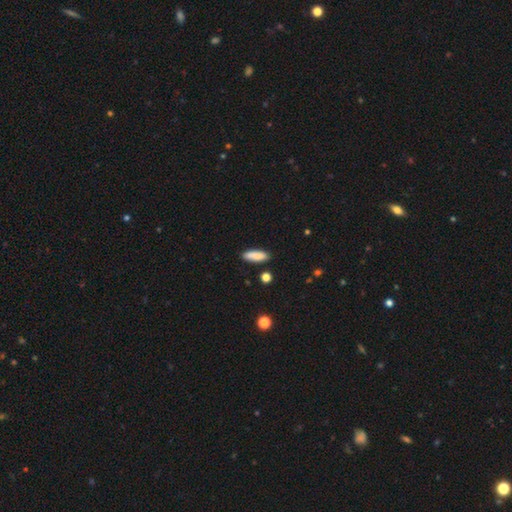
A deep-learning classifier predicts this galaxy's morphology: The model was most divided on "how rounded": in between: 50%, cigar-shaped: 47%, round: 2%. More confident: smooth or featured — smooth (87%); merging — none (86%).